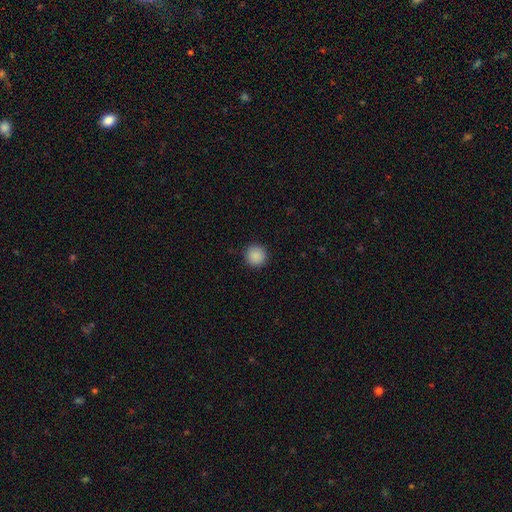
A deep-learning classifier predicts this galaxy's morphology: This appears to be a smooth galaxy with no disk features (89%) that is round (95%). Merging: none (92%).